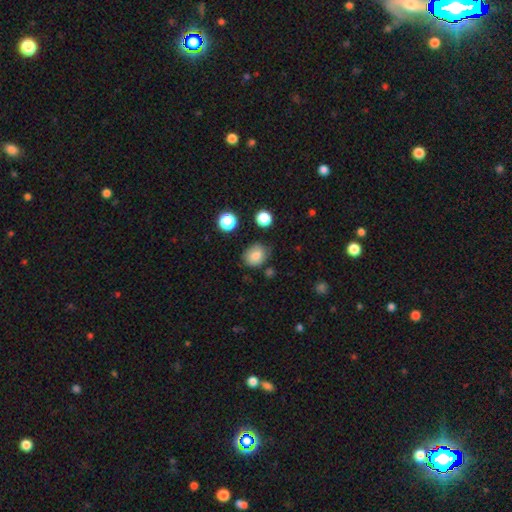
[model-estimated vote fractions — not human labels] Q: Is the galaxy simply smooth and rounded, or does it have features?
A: smooth — 81%.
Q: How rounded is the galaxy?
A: round — 61%.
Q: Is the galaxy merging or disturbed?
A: none — 73%.